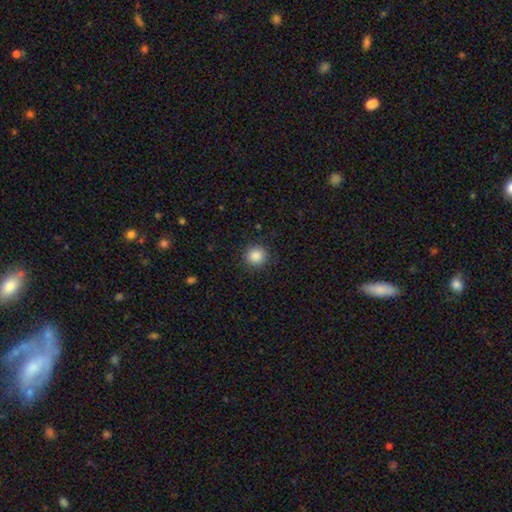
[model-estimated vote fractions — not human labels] Overall: smooth (87%). How rounded: round (93%). Merging: none (90%).